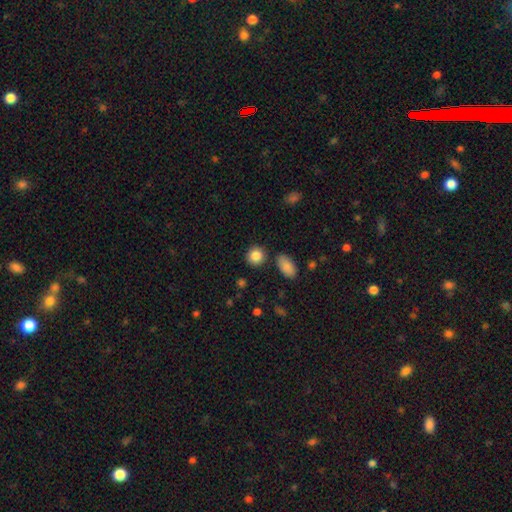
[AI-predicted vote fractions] This appears to be a smooth galaxy with no disk features (87%) that is round (84%). Merging: none (84%).